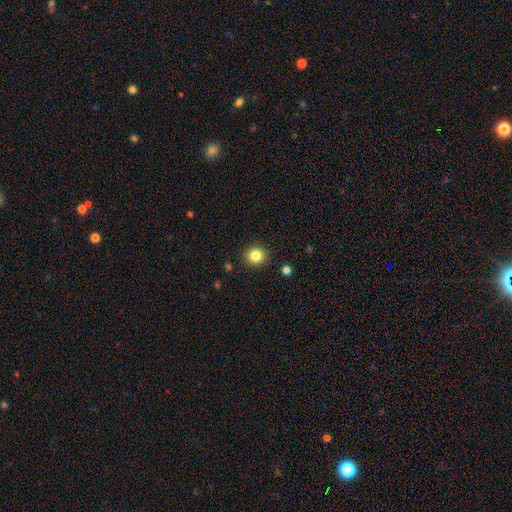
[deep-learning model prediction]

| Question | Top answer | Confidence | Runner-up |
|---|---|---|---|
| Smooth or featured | smooth | 84% | star or artifact (11%) |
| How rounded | round | 86% | in between (13%) |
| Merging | none | 91% | minor disturbance (6%) |